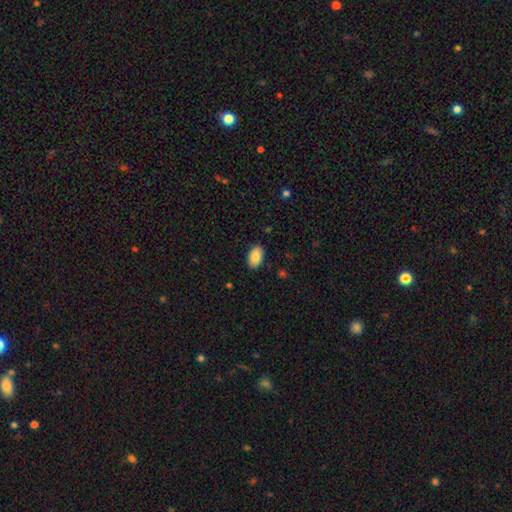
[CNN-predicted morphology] smooth 87%, star or artifact 7%, featured or disk 6%. Down the decision tree: how rounded — in between (93%); merging — none (88%).